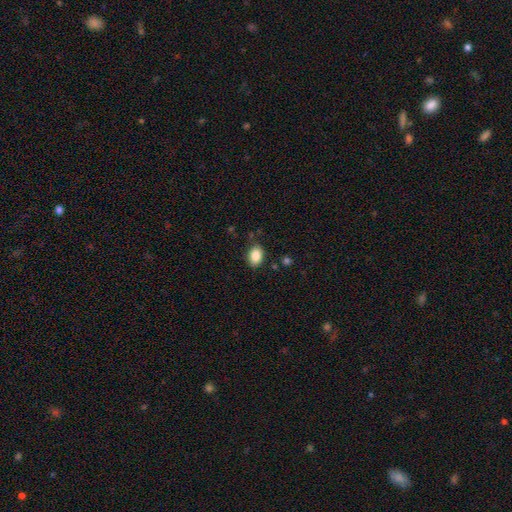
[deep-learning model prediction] smooth 86%, star or artifact 8%, featured or disk 5%. Down the decision tree: how rounded — in between (79%); merging — none (84%).